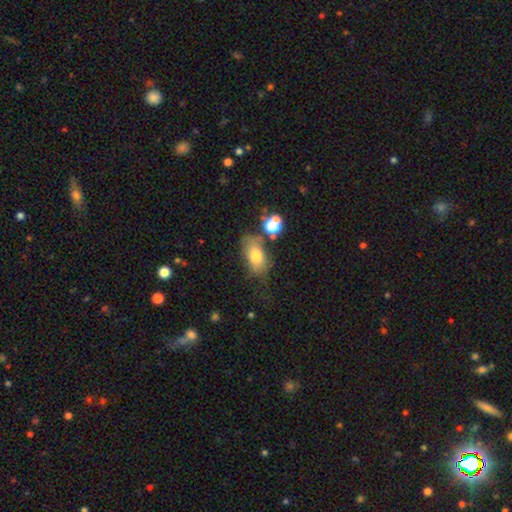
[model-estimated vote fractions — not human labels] A smooth galaxy with no disk features (71%) that is in between round and cigar-shaped (84%).

Vote fractions:
- Smooth or featured? smooth: 71% / featured or disk: 18% / star or artifact: 12%
- How rounded? in between: 84% / round: 13% / cigar-shaped: 3%
- Merging? none: 53% / minor disturbance: 22% / merger: 13% / major disturbance: 12%